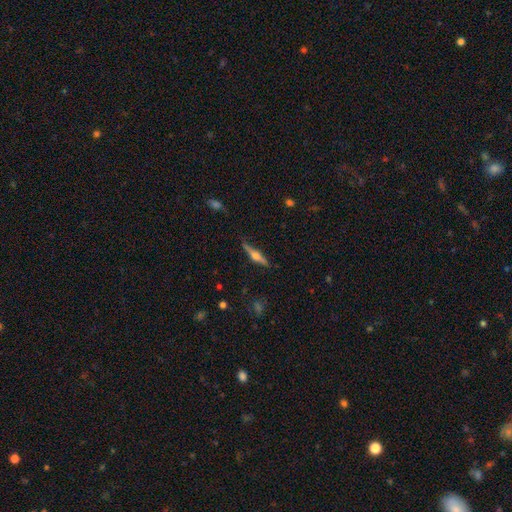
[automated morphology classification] This appears to be a featured or disk galaxy (69%) viewed edge-on (97%) with a rounded central bulge (90%). Merging: none (83%).